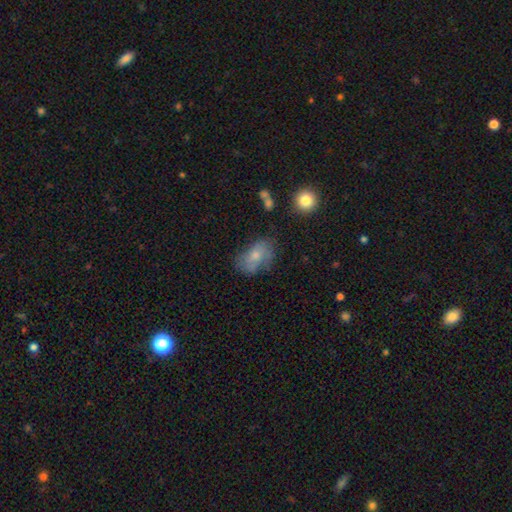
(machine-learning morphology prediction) The model was most divided on "merging": none: 52%, minor disturbance: 30%, major disturbance: 14%, merger: 4%. More confident: how rounded — in between (86%); smooth or featured — smooth (66%).